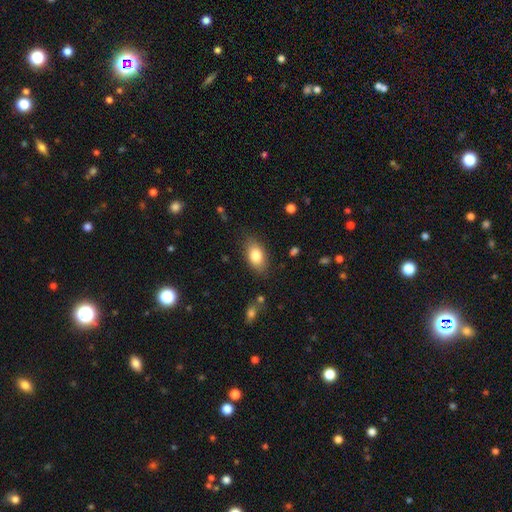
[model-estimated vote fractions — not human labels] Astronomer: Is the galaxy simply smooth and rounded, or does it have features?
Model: smooth — 81%.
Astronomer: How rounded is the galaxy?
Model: in between — 90%.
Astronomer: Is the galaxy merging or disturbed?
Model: none — 81%.